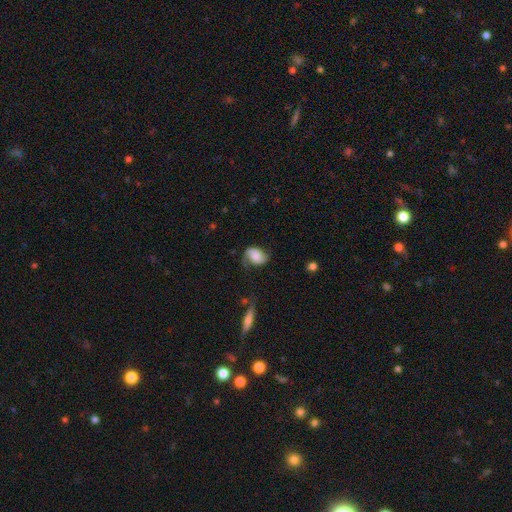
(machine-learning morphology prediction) This appears to be a featured or disk galaxy (50%). Merging: none (53%).